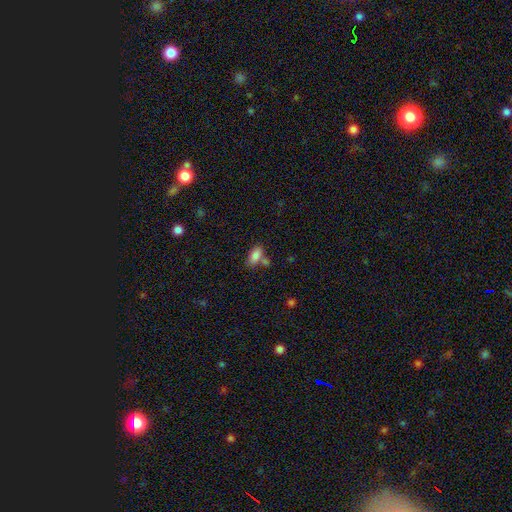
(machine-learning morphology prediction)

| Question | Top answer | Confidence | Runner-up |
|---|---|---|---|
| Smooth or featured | smooth | 84% | star or artifact (9%) |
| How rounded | in between | 89% | cigar-shaped (6%) |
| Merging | none | 54% | merger (25%) |